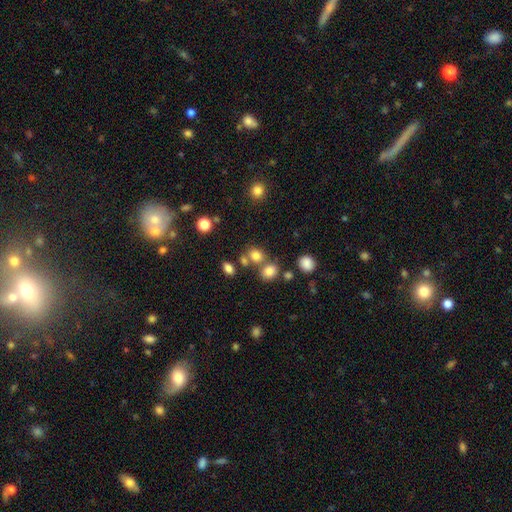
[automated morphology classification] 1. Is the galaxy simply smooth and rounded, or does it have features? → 77% smooth, 15% star or artifact, 8% featured or disk.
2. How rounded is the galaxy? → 67% round, 32% in between, 1% cigar-shaped.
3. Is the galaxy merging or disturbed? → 58% none, 27% merger, 10% minor disturbance, 5% major disturbance.